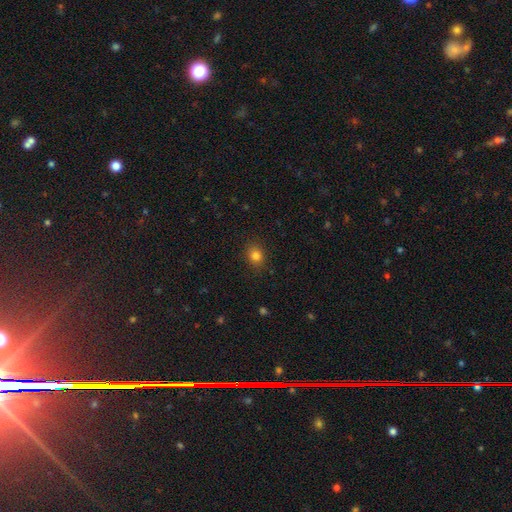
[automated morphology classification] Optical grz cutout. It shows a smooth galaxy with no disk features (81%) that is round (58%). Merging: none (87%).